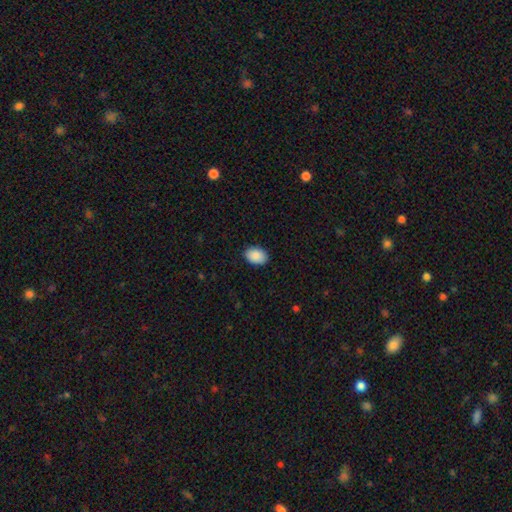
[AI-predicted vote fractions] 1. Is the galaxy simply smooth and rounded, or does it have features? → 90% smooth, 7% star or artifact, 3% featured or disk.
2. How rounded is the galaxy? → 82% in between, 17% round, 1% cigar-shaped.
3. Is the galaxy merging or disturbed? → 89% none, 8% minor disturbance, 2% major disturbance, 1% merger.